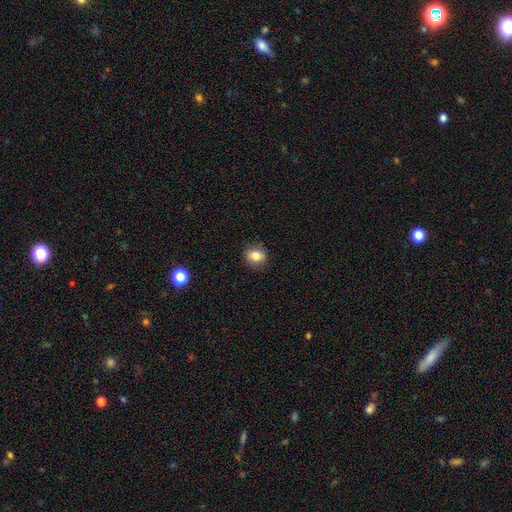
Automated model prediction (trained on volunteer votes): This appears to be a smooth galaxy with no disk features (80%) that is round (57%). Merging: none (86%).